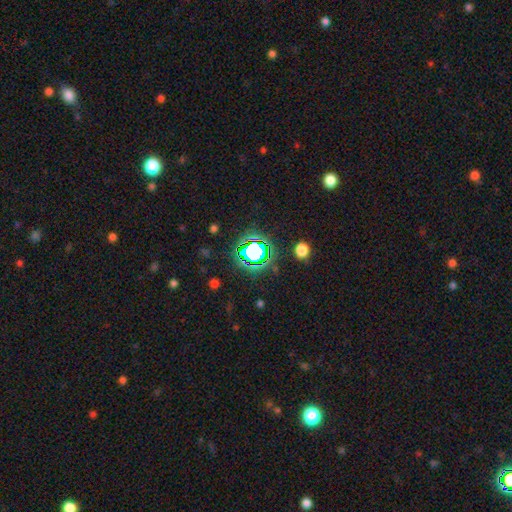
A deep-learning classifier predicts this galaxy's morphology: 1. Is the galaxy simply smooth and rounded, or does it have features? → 79% star or artifact, 13% smooth, 7% featured or disk.